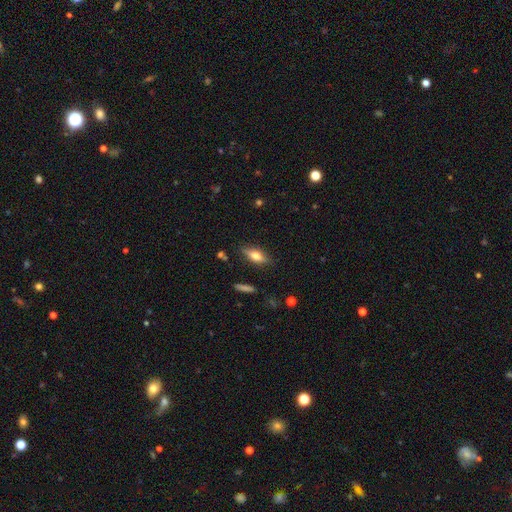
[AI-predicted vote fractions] A smooth galaxy with no disk features (49%).

Vote fractions:
- Smooth or featured? smooth: 49% / featured or disk: 42% / star or artifact: 8%
- Merging? none: 83% / minor disturbance: 12% / major disturbance: 3% / merger: 2%